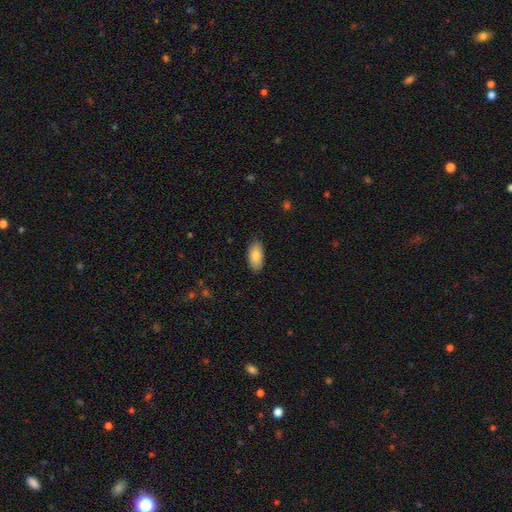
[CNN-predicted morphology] Smooth or featured: smooth — 83% (featured or disk — 11%)
How rounded: in between — 93% (cigar-shaped — 5%)
Merging: none — 86% (minor disturbance — 11%)